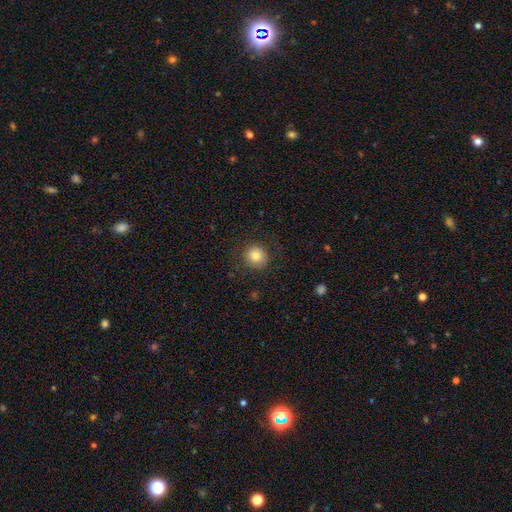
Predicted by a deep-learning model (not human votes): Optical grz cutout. It shows a smooth galaxy with no disk features (80%) that is round (93%). Merging: none (87%).